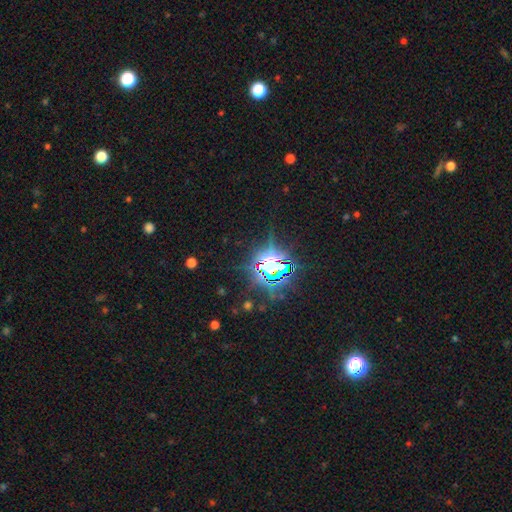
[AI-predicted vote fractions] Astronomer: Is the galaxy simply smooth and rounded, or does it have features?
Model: star or artifact — 83%.